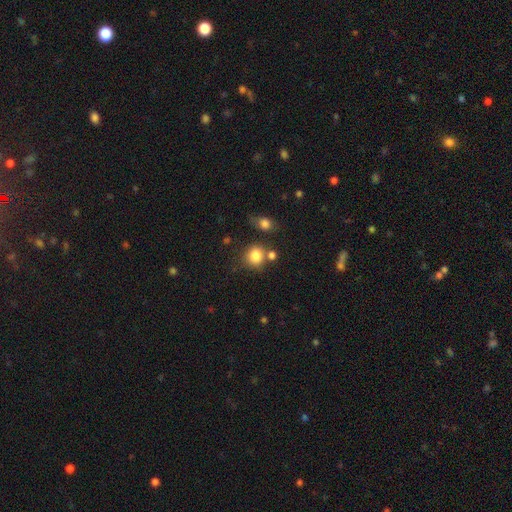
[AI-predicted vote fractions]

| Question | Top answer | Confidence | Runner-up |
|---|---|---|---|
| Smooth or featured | smooth | 83% | star or artifact (11%) |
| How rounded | round | 81% | in between (18%) |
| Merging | none | 63% | merger (18%) |